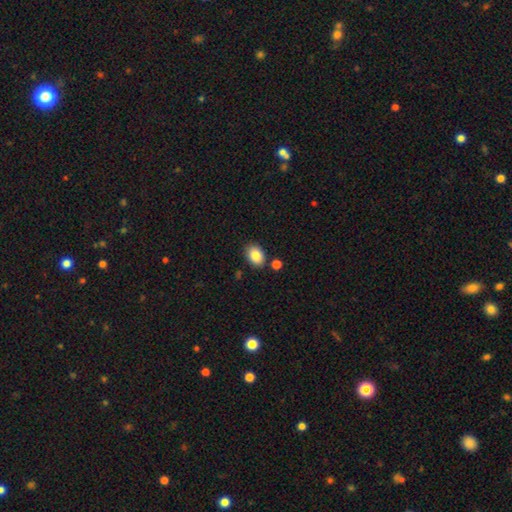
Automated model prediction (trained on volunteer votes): The model was most divided on "how rounded": in between: 77%, round: 22%, cigar-shaped: 1%. More confident: smooth or featured — smooth (86%); merging — none (81%).